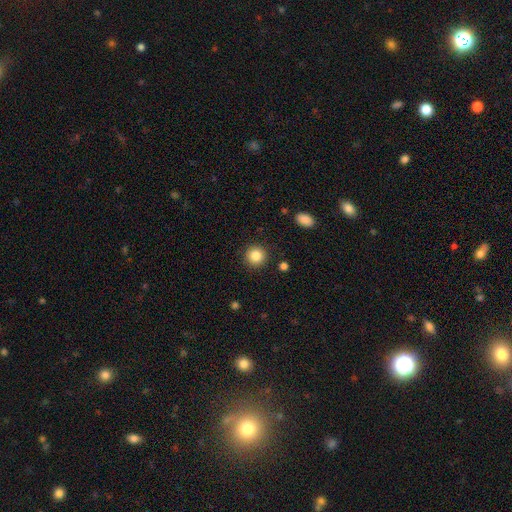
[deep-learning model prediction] Smooth or featured? Predicted: smooth (p=0.86). How rounded? Predicted: round (p=0.93). Merging? Predicted: none (p=0.90).